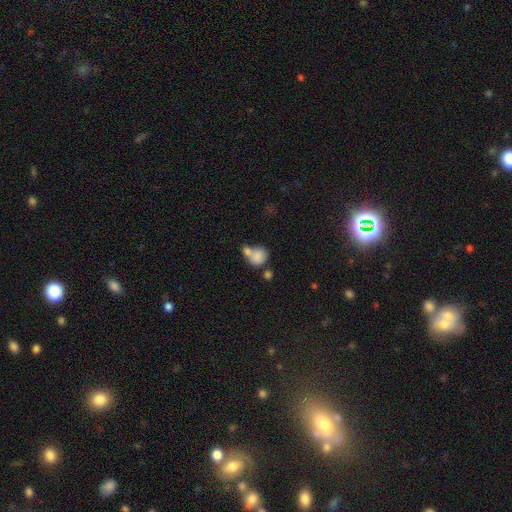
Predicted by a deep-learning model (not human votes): smooth_or_featured: smooth (p=0.81) [alt: featured or disk p=0.11]
how_rounded: round (p=0.67) [alt: in between p=0.31]
merging: merger (p=0.53) [alt: none p=0.31]